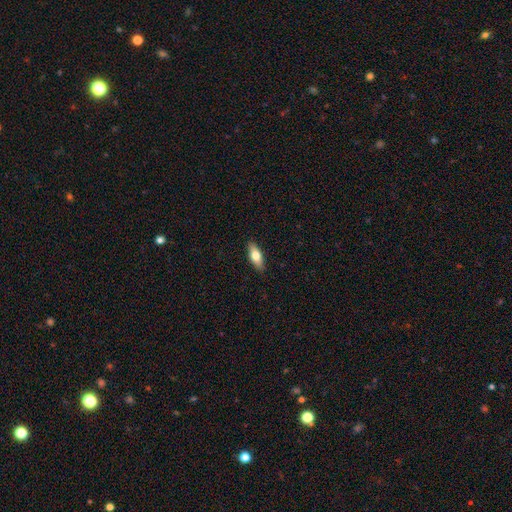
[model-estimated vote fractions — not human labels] Q: Smooth or featured?
A: smooth (67%); runner-up: featured or disk (27%)
Q: How rounded?
A: in between (69%); runner-up: cigar-shaped (28%)
Q: Merging?
A: none (89%); runner-up: minor disturbance (8%)